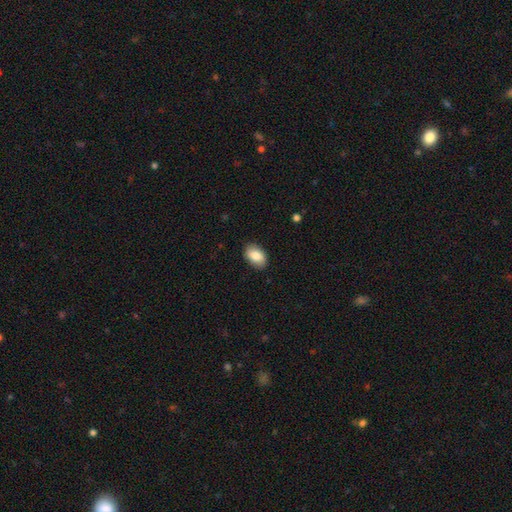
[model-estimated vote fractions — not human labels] smooth 84%, featured or disk 10%, star or artifact 7%. Down the decision tree: how rounded — in between (89%); merging — none (86%).